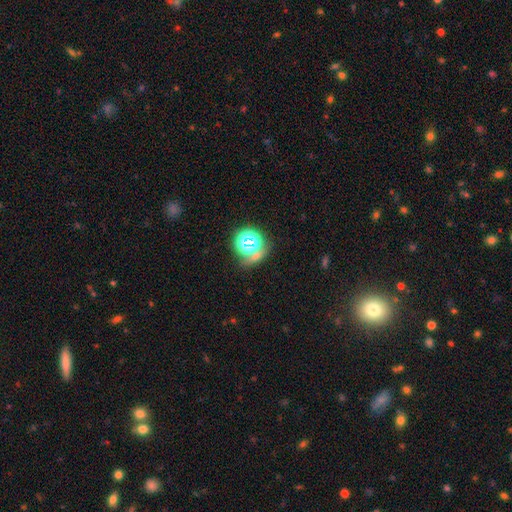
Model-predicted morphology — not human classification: type=star or artifact (52%).